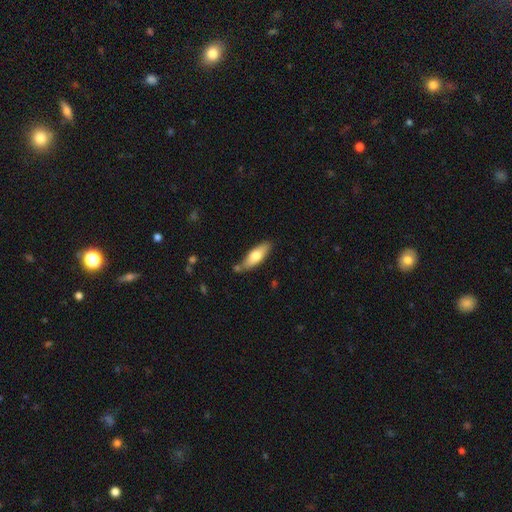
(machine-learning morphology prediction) Smooth or featured? Predicted: smooth (p=0.67). How rounded? Predicted: in between (p=0.56). Merging? Predicted: none (p=0.76).